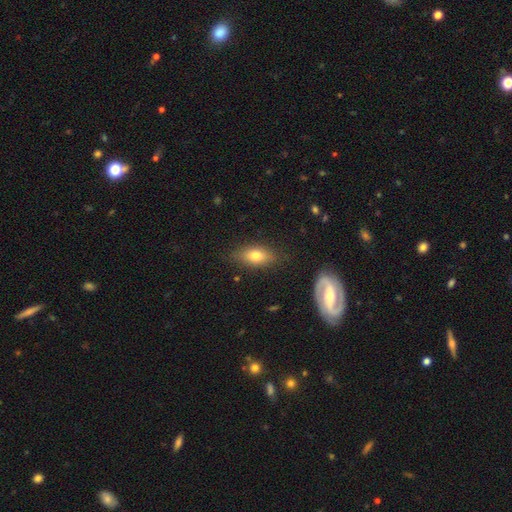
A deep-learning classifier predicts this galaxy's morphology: A smooth galaxy with no disk features (72%) that is in between round and cigar-shaped (83%). Merging: none (81%).